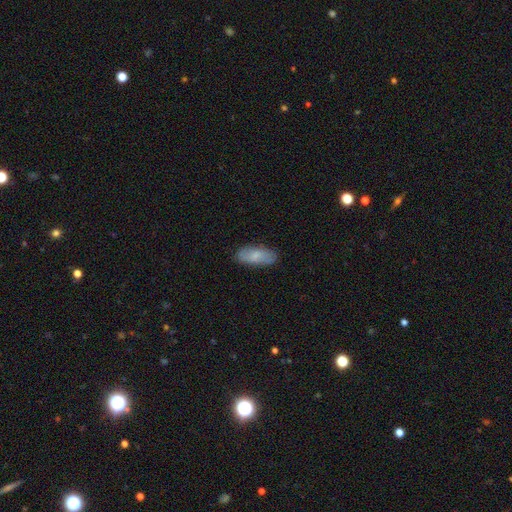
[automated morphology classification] Overall: smooth (73%). How rounded: in between (81%). Merging: none (83%).